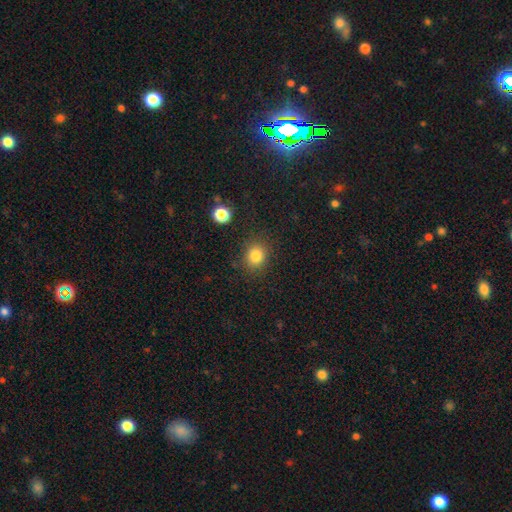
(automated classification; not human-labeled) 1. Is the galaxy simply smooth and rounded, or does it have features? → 82% smooth, 12% star or artifact, 6% featured or disk.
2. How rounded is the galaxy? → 73% round, 26% in between, 1% cigar-shaped.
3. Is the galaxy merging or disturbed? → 84% none, 10% minor disturbance, 4% major disturbance, 2% merger.